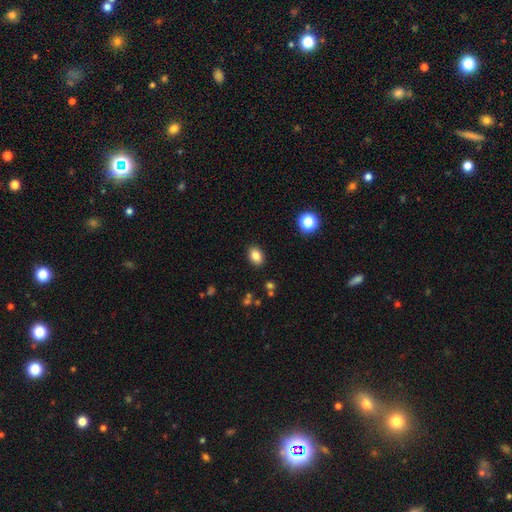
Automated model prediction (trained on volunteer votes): smooth_or_featured: smooth (p=0.84) [alt: star or artifact p=0.10]
how_rounded: in between (p=0.74) [alt: round p=0.25]
merging: none (p=0.88) [alt: minor disturbance p=0.08]